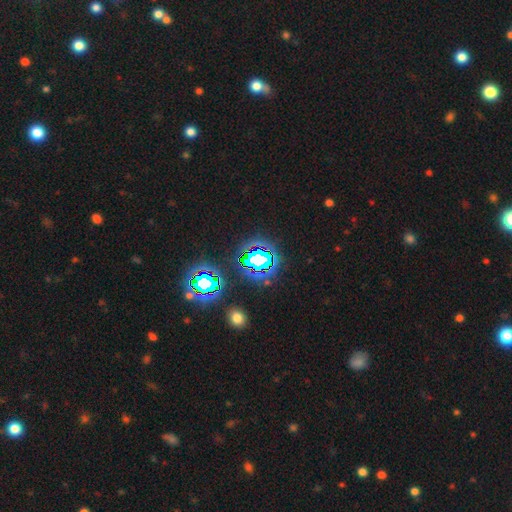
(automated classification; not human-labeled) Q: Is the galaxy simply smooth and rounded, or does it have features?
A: star or artifact — 68%.